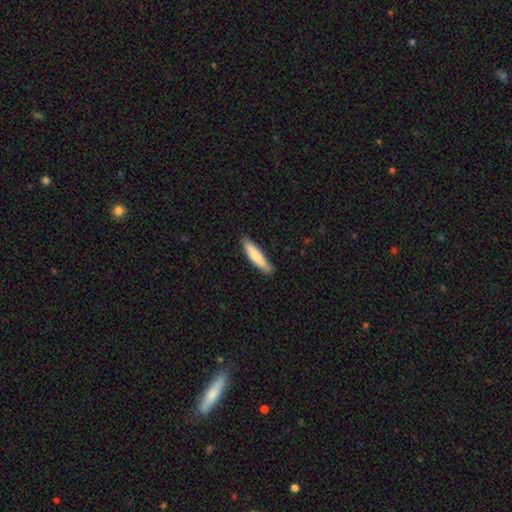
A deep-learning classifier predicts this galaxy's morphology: A smooth galaxy with no disk features (78%) that is cigar-shaped (80%). Merging: none (83%).